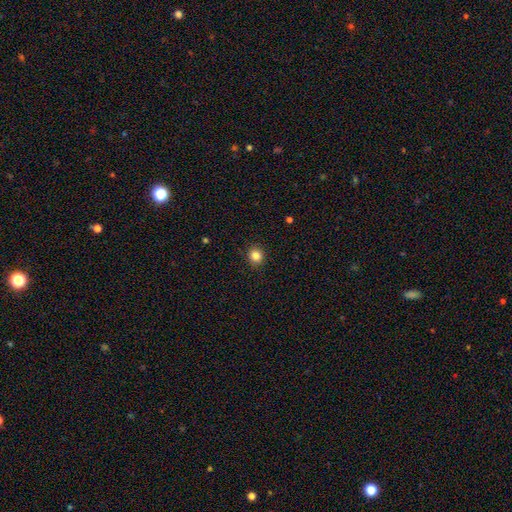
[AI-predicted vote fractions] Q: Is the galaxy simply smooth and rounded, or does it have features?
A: smooth — 84%.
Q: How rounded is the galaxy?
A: round — 85%.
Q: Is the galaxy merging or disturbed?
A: none — 91%.